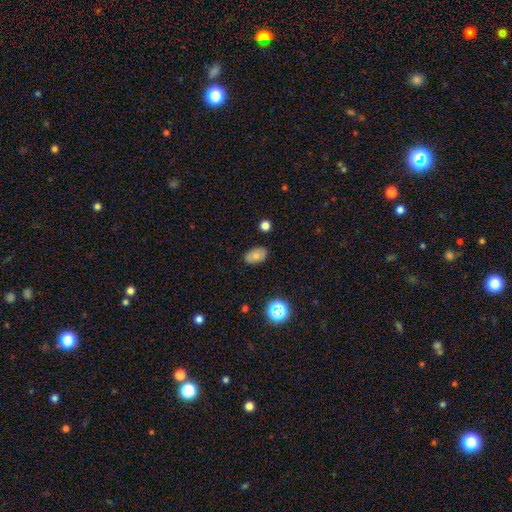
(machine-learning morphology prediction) Smooth or featured? smooth (72%)
How rounded? in between (87%)
Merging? none (83%)